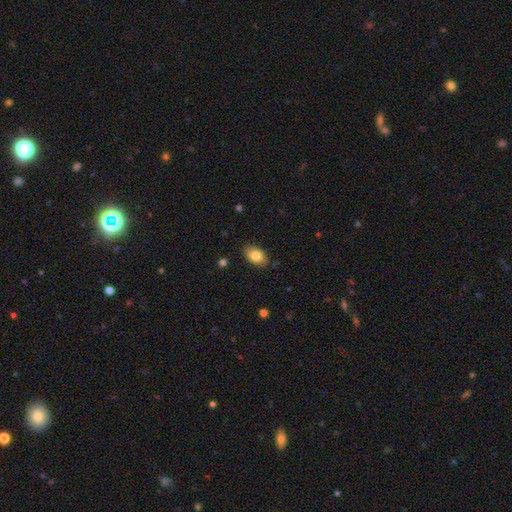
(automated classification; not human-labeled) Smooth or featured: smooth — 84% (featured or disk — 9%)
How rounded: in between — 88% (round — 10%)
Merging: none — 84% (minor disturbance — 12%)